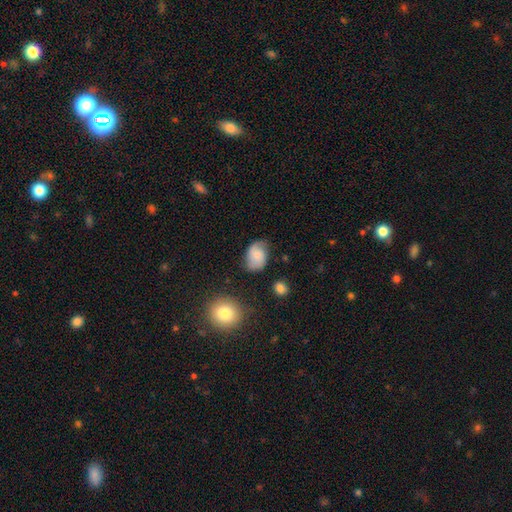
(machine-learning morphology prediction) smooth 63%, featured or disk 29%, star or artifact 9%. Down the decision tree: how rounded — in between (73%); merging — none (60%).